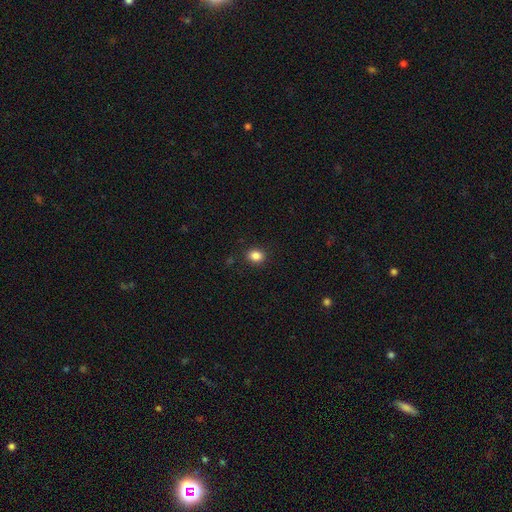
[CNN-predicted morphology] Q: Smooth or featured?
A: smooth (86%); runner-up: star or artifact (10%)
Q: How rounded?
A: round (52%); runner-up: in between (47%)
Q: Merging?
A: none (89%); runner-up: minor disturbance (8%)